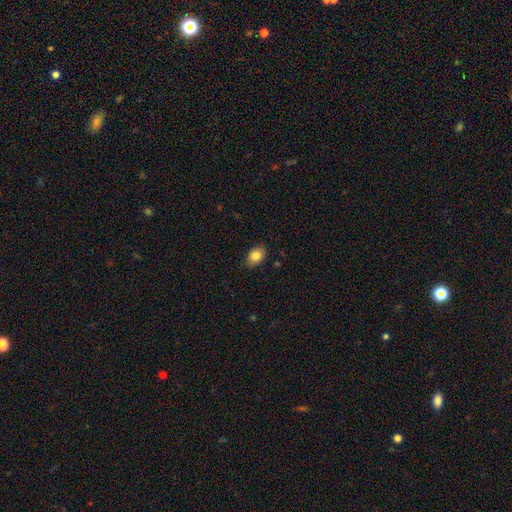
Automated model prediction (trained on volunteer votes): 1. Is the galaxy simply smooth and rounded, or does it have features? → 82% smooth, 9% featured or disk, 8% star or artifact.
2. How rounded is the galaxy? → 82% in between, 17% round, 1% cigar-shaped.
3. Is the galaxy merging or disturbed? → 85% none, 12% minor disturbance, 2% major disturbance, 1% merger.